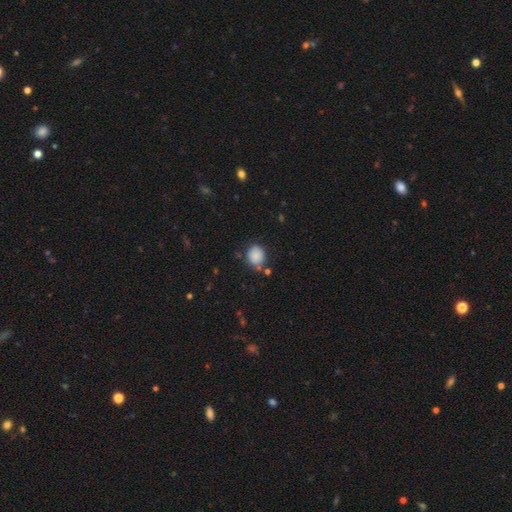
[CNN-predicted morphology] type=smooth (85%); roundness=round (77%); merging=none (74%).